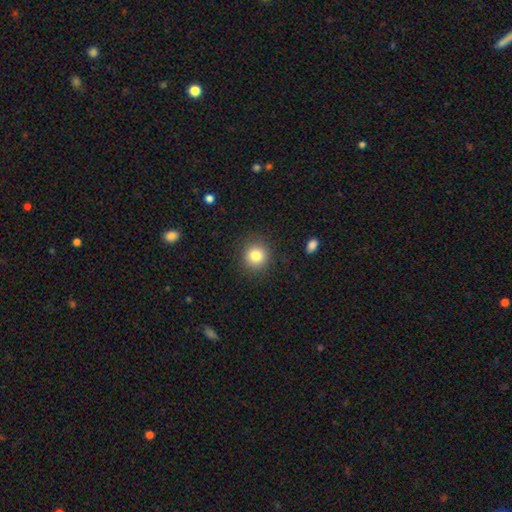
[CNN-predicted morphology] Smooth or featured? smooth (82%)
How rounded? round (91%)
Merging? none (89%)